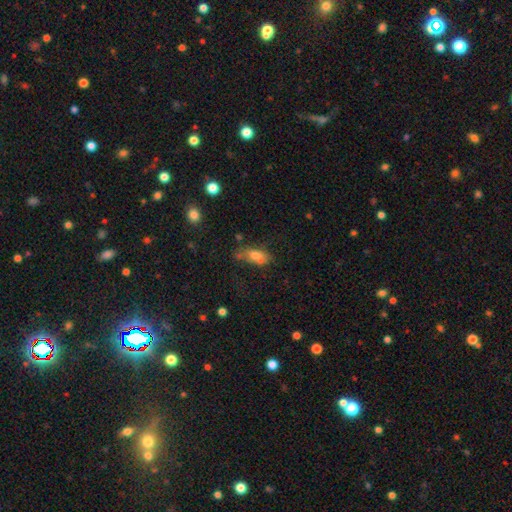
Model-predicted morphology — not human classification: Smooth or featured: smooth — 70% (featured or disk — 20%)
How rounded: in between — 81% (cigar-shaped — 14%)
Merging: none — 53% (minor disturbance — 26%)